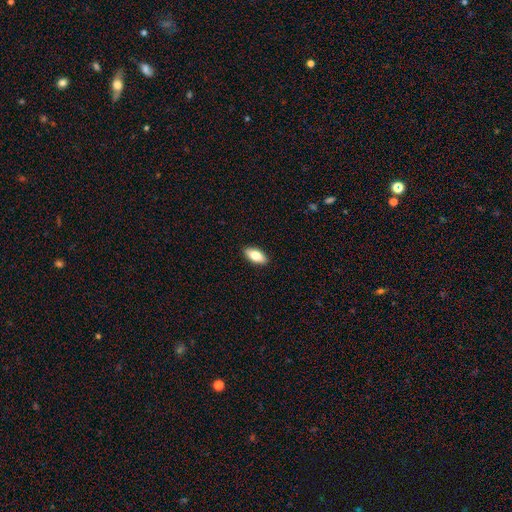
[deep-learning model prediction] This is likely a smooth galaxy (78%). How rounded: clearly in between (88%). Merging: clearly none (90%).